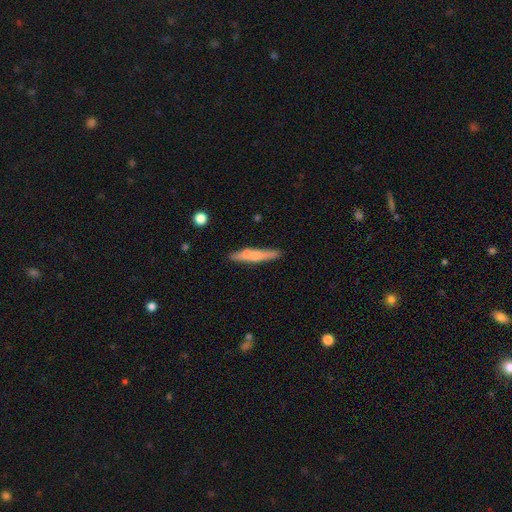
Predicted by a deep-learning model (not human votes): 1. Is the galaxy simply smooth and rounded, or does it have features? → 61% smooth, 33% featured or disk, 6% star or artifact.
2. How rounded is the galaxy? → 91% cigar-shaped, 7% in between, 2% round.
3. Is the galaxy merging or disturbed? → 78% none, 14% minor disturbance, 5% merger, 3% major disturbance.